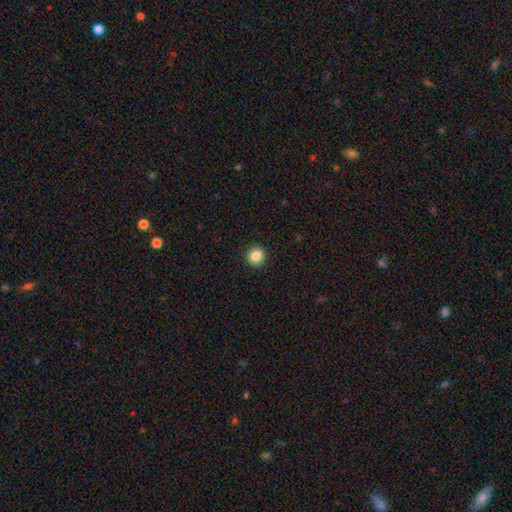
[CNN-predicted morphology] smooth-or-featured: smooth: 86% | star or artifact: 10% | featured or disk: 4%
  how-rounded: round: 93% | in between: 7% | cigar-shaped: 1%
  merging: none: 93% | minor disturbance: 5% | major disturbance: 2% | merger: 1%